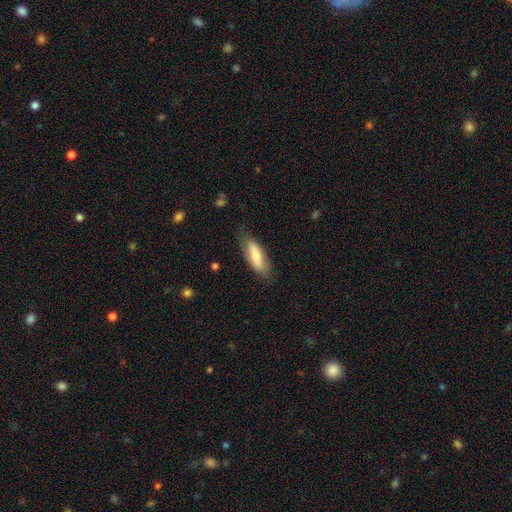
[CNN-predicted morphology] smooth 77%, featured or disk 17%, star or artifact 6%. Down the decision tree: how rounded — in between (63%); merging — none (75%).